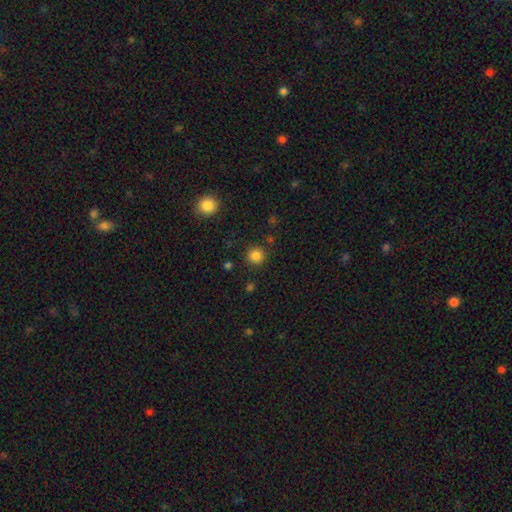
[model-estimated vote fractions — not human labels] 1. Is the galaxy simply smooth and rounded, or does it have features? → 84% smooth, 12% star or artifact, 4% featured or disk.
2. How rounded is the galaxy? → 94% round, 5% in between, 1% cigar-shaped.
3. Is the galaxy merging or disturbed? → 89% none, 6% minor disturbance, 3% major disturbance, 2% merger.